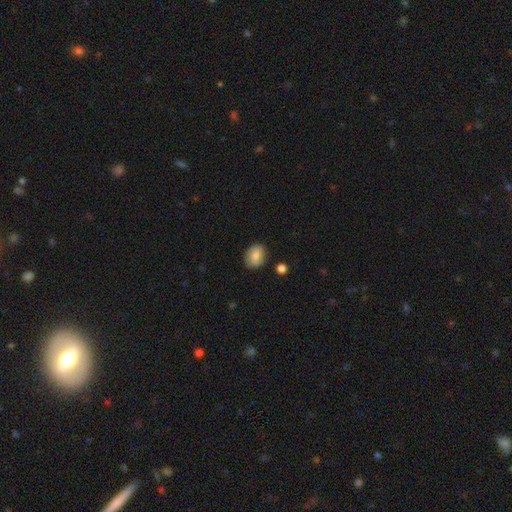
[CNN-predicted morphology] The model was most divided on "how rounded": in between: 54%, round: 44%, cigar-shaped: 1%. More confident: merging — none (76%); smooth or featured — smooth (66%).